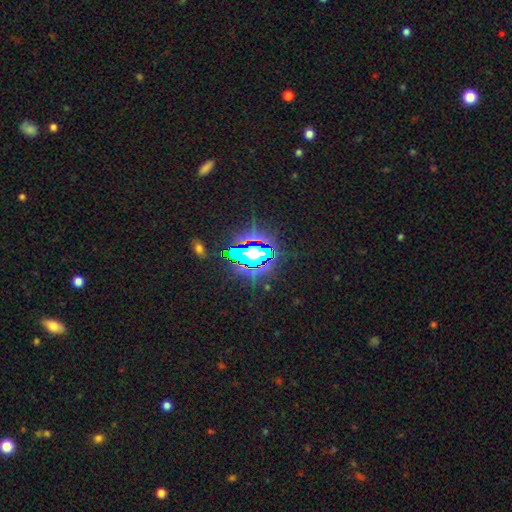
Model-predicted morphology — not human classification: smooth-or-featured: star or artifact: 72% | smooth: 14% | featured or disk: 13%